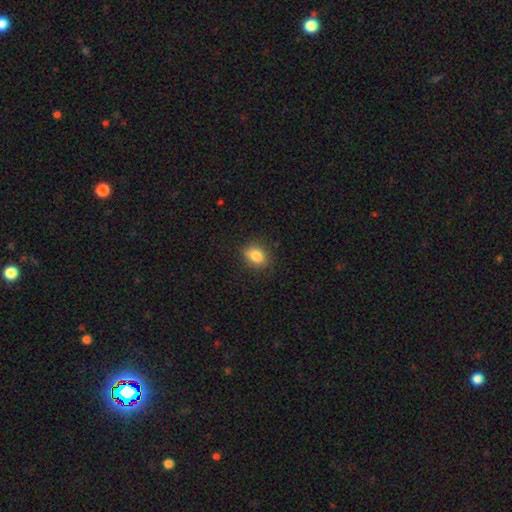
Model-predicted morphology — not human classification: Overall: smooth (83%). How rounded: in between (55%; round 44%). Merging: none (84%).